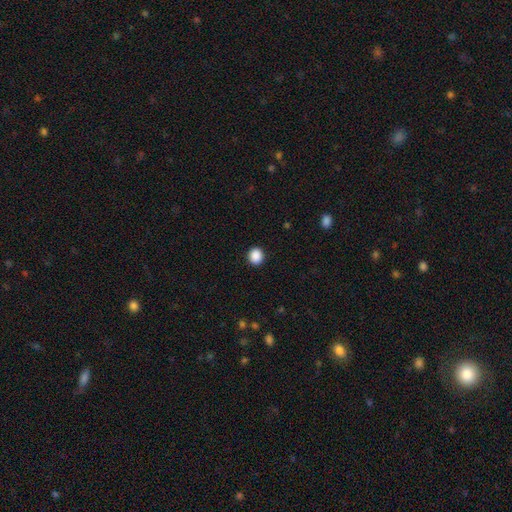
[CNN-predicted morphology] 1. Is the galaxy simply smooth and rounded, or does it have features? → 89% smooth, 9% star or artifact, 2% featured or disk.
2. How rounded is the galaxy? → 81% round, 18% in between, 1% cigar-shaped.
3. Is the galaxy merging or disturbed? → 92% none, 6% minor disturbance, 2% major disturbance, 1% merger.